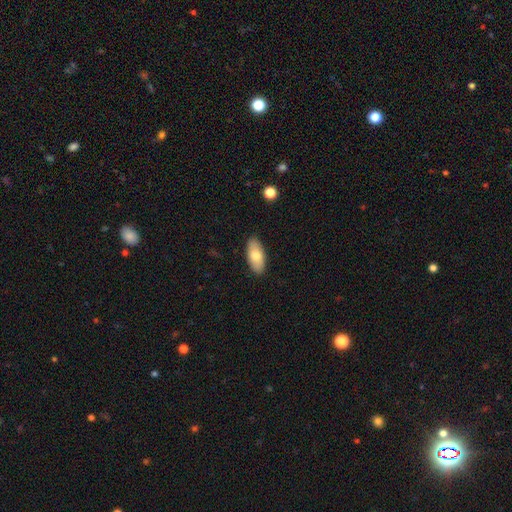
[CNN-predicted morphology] Smooth or featured: smooth — 75% (featured or disk — 19%)
How rounded: in between — 89% (cigar-shaped — 8%)
Merging: none — 88% (minor disturbance — 9%)